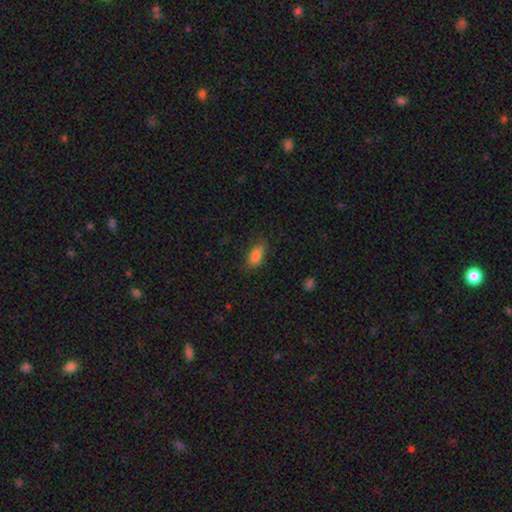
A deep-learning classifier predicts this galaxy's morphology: Q: Smooth or featured?
A: smooth (85%); runner-up: star or artifact (8%)
Q: How rounded?
A: in between (87%); runner-up: cigar-shaped (10%)
Q: Merging?
A: none (78%); runner-up: minor disturbance (16%)